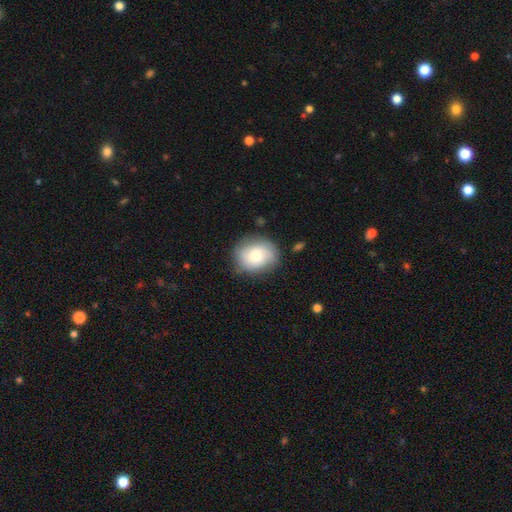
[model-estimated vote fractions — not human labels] Q: Smooth or featured?
A: smooth (67%); runner-up: featured or disk (26%)
Q: How rounded?
A: round (65%); runner-up: in between (34%)
Q: Merging?
A: none (79%); runner-up: minor disturbance (15%)